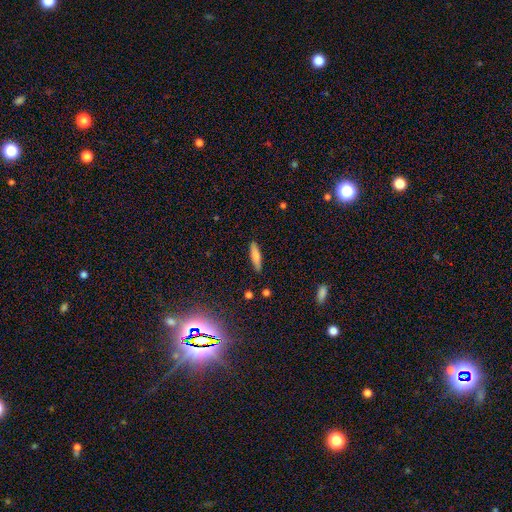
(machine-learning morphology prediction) Smooth or featured?
  - smooth: 75% *
  - featured or disk: 18%
  - star or artifact: 7%
How rounded?
  - cigar-shaped: 76% *
  - in between: 22%
  - round: 2%
Merging?
  - none: 87% *
  - minor disturbance: 9%
  - major disturbance: 2%
  - merger: 1%